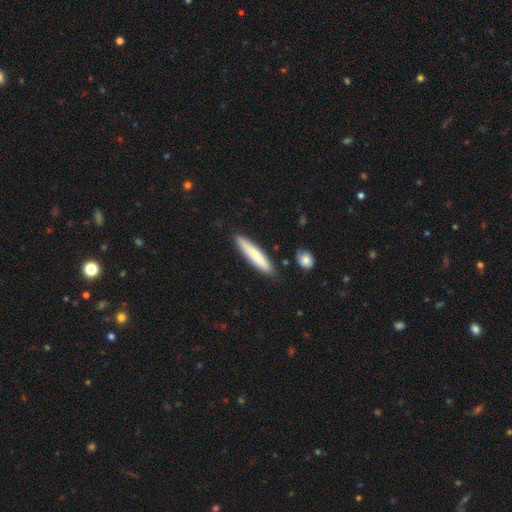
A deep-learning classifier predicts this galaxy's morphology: This appears to be a smooth galaxy with no disk features (77%) that is cigar-shaped (88%). Merging: none (86%).